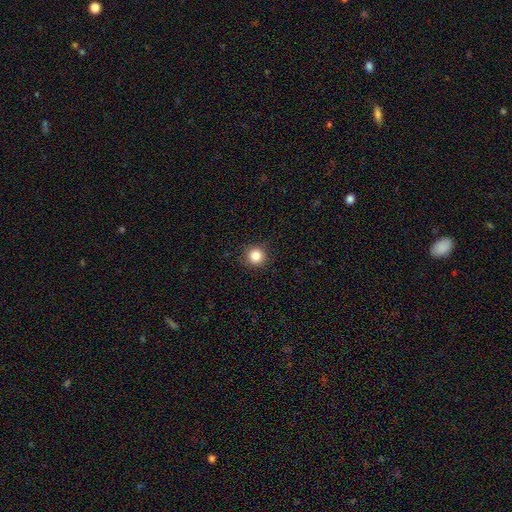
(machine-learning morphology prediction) A smooth galaxy with no disk features (85%) that is round (94%). Merging: none (91%).